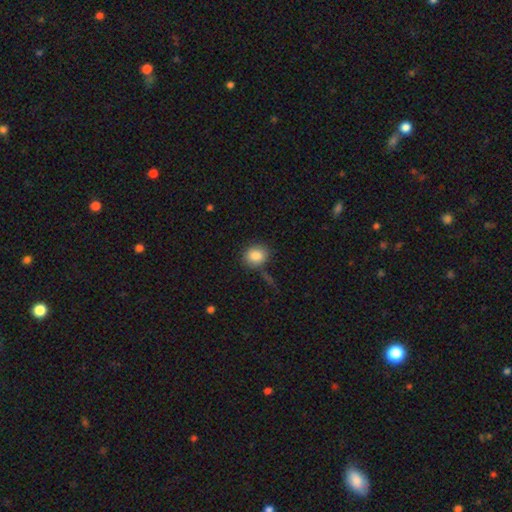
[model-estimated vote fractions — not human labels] smooth-or-featured: smooth: 85% | star or artifact: 9% | featured or disk: 6%
  how-rounded: round: 68% | in between: 31% | cigar-shaped: 1%
  merging: none: 77% | minor disturbance: 13% | merger: 6% | major disturbance: 4%